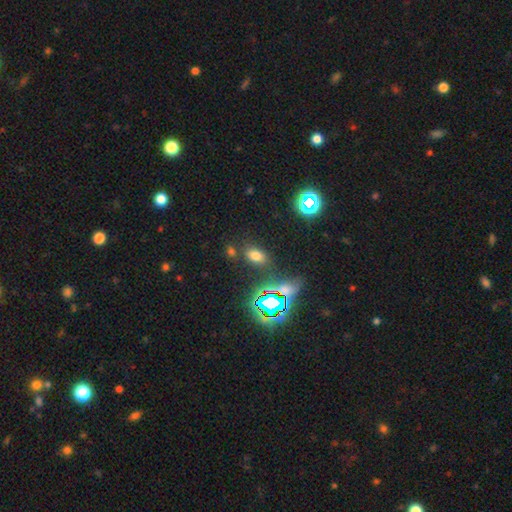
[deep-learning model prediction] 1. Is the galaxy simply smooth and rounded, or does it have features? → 65% smooth, 27% star or artifact, 8% featured or disk.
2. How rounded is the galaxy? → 83% in between, 14% round, 3% cigar-shaped.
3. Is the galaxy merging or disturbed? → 79% none, 11% minor disturbance, 6% merger, 4% major disturbance.